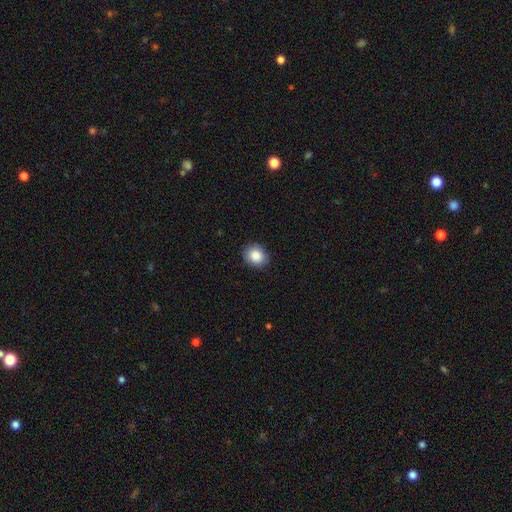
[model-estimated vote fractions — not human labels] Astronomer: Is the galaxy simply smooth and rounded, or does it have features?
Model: smooth — 88%.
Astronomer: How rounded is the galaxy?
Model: round — 65%.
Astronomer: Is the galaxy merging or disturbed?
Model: none — 87%.